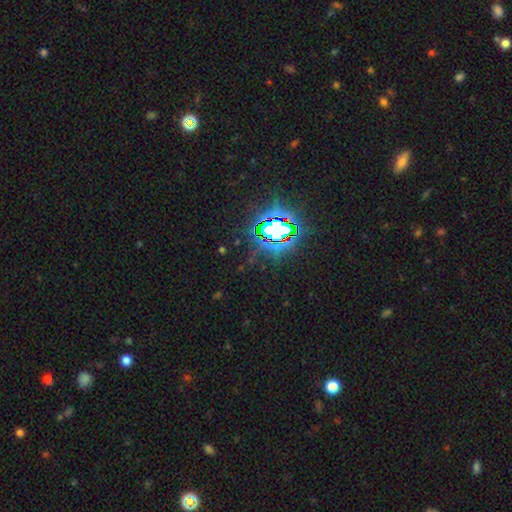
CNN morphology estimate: Q: Smooth or featured?
A: star or artifact (85%); runner-up: smooth (9%)